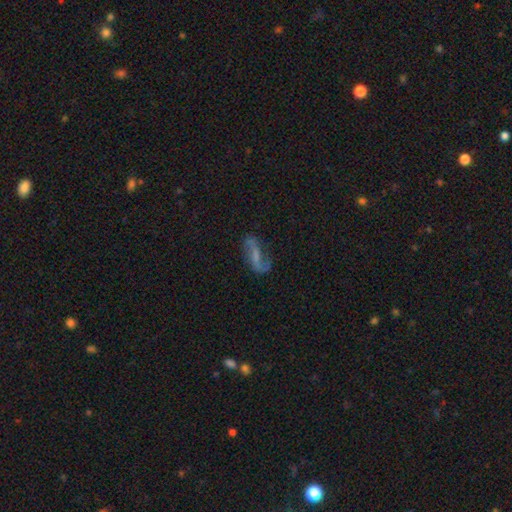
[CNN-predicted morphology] Smooth or featured: featured or disk — 72% (smooth — 18%)
Edge-on disk: no — 93% (yes — 7%)
Bar: weak — 38% (strong — 32%)
Spiral arms: yes — 88% (no — 12%)
Spiral winding: loose — 71% (medium — 22%)
Spiral arm count: 2 — 84% (1 — 9%)
Bulge size: none — 47% (small — 31%)
Merging: none — 58% (minor disturbance — 20%)